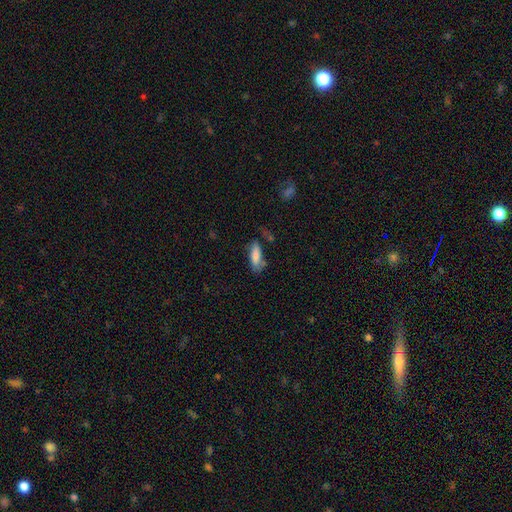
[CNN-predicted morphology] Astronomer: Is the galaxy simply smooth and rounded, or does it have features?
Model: smooth — 81%.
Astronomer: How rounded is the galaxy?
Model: in between — 60% (runner-up: cigar-shaped, 38%).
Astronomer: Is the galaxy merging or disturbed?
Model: none — 57%.